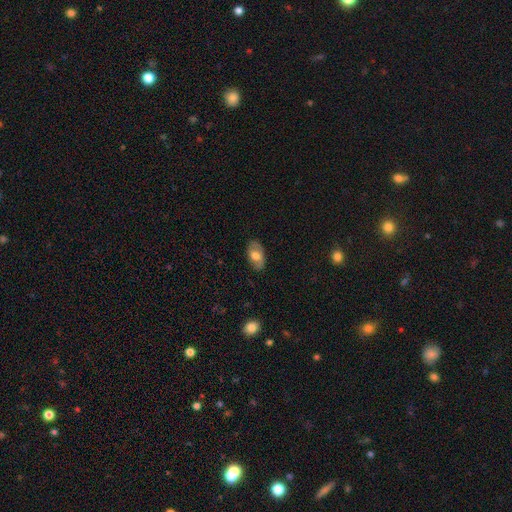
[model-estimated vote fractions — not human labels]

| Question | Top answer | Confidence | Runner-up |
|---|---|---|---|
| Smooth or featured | smooth | 59% | featured or disk (34%) |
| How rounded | in between | 92% | round (6%) |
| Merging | none | 76% | minor disturbance (18%) |